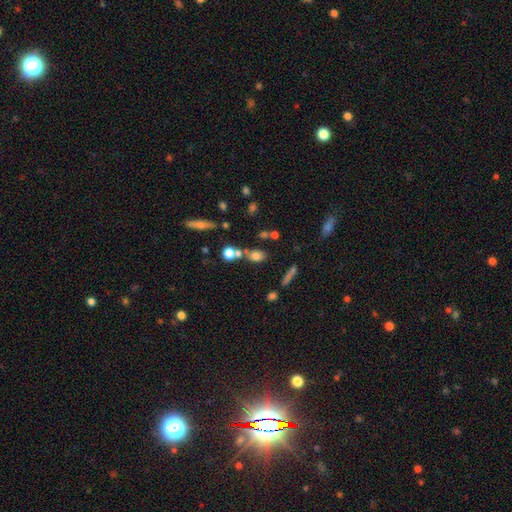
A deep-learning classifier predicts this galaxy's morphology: smooth-or-featured: smooth: 70% | star or artifact: 15% | featured or disk: 14%
  how-rounded: in between: 55% | round: 36% | cigar-shaped: 8%
  merging: none: 55% | merger: 27% | minor disturbance: 12% | major disturbance: 5%